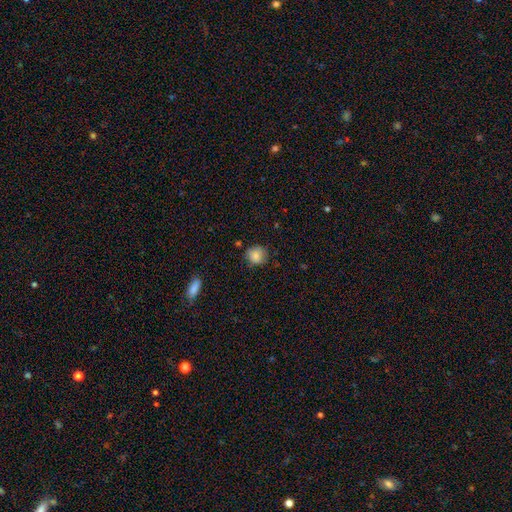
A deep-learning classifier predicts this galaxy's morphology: This is clearly a smooth galaxy (82%). How rounded: clearly round (83%). Merging: likely none (72%).